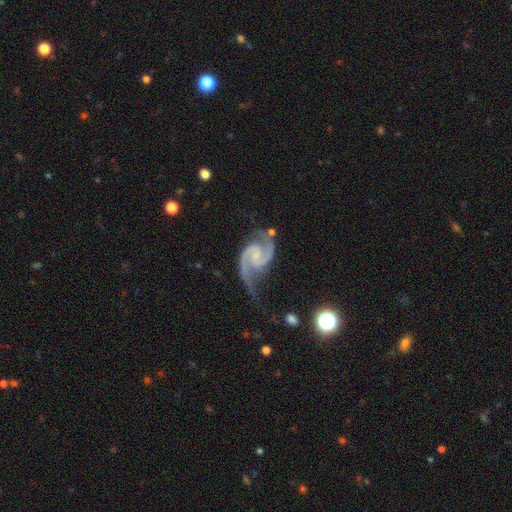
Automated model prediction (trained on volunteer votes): smooth-or-featured: featured or disk: 94% | star or artifact: 4% | smooth: 2%
  disk-edge-on: no: 98% | yes: 2%
    bar: no: 48% | weak: 39% | strong: 13%
    has-spiral-arms: yes: 99% | no: 1%
      spiral-winding: medium: 62% | loose: 21% | tight: 18%
      spiral-arm-count: 2: 94% | 3: 1% | 1: 1% | can't tell: 1% | 4: 1% | more than 4: 1%
    bulge-size: small: 59% | none: 26% | moderate: 13% | large: 1% | dominant: 1%
  merging: none: 63% | minor disturbance: 21% | major disturbance: 12% | merger: 4%